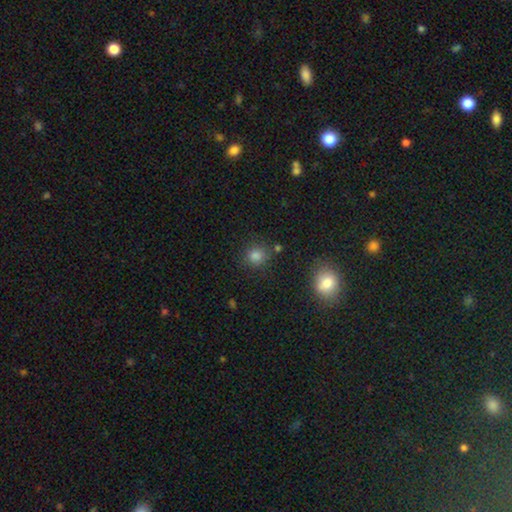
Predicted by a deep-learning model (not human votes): smooth_or_featured: smooth (p=0.80) [alt: star or artifact p=0.15]
how_rounded: round (p=0.86) [alt: in between p=0.13]
merging: none (p=0.81) [alt: minor disturbance p=0.10]